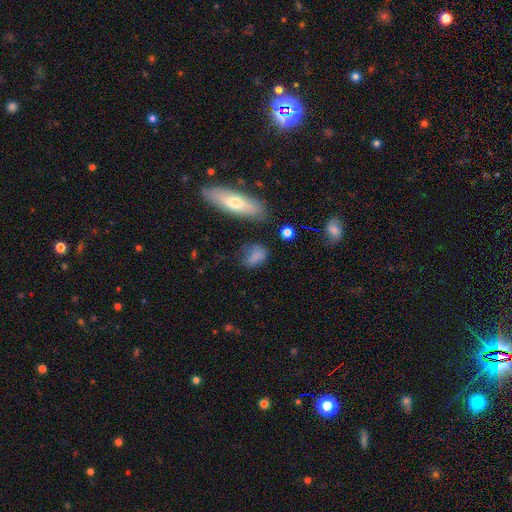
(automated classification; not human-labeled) A smooth galaxy with no disk features (77%) that is in between round and cigar-shaped (68%). Merging: none (50%).